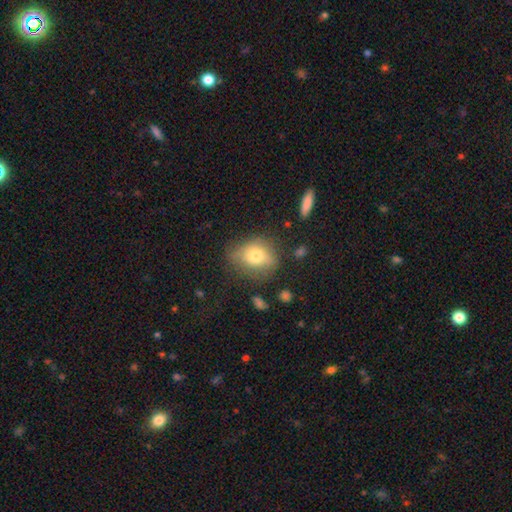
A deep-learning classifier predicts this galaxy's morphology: Smooth or featured: smooth — 73% (featured or disk — 17%)
How rounded: round — 59% (in between — 40%)
Merging: none — 62% (minor disturbance — 25%)